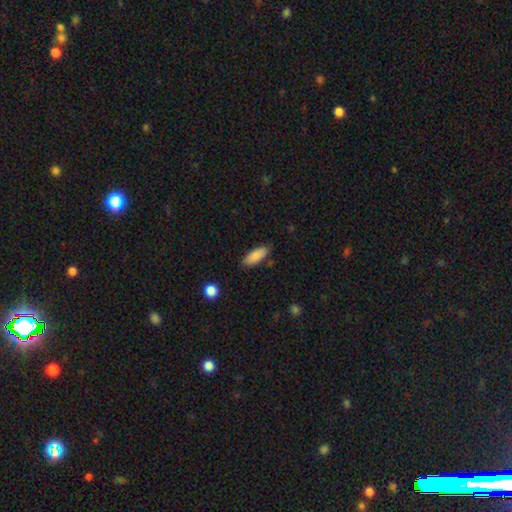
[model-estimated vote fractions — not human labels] Q: Smooth or featured?
A: smooth (87%); runner-up: featured or disk (7%)
Q: How rounded?
A: in between (77%); runner-up: cigar-shaped (21%)
Q: Merging?
A: none (83%); runner-up: minor disturbance (13%)